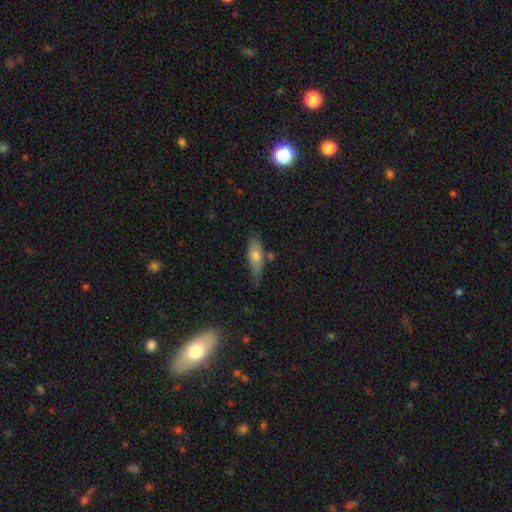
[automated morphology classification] type=smooth (66%); roundness=in between (66%); merging=none (60%).